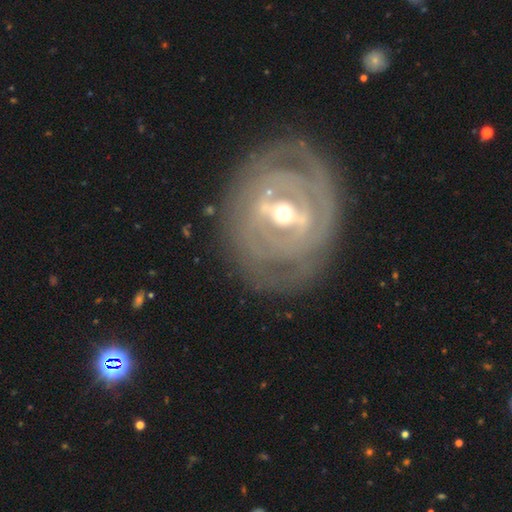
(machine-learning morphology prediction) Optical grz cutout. It shows a featured or disk galaxy (85%) with a strong bar (57%), tight (78%) spiral arms (72%) and a moderate central bulge (62%). Merging: none (77%).